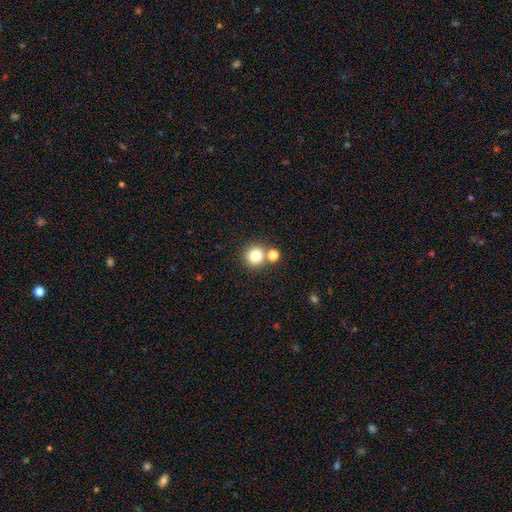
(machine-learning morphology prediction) smooth_or_featured: smooth (p=0.80) [alt: star or artifact p=0.13]
how_rounded: round (p=0.93) [alt: in between p=0.06]
merging: none (p=0.71) [alt: merger p=0.20]